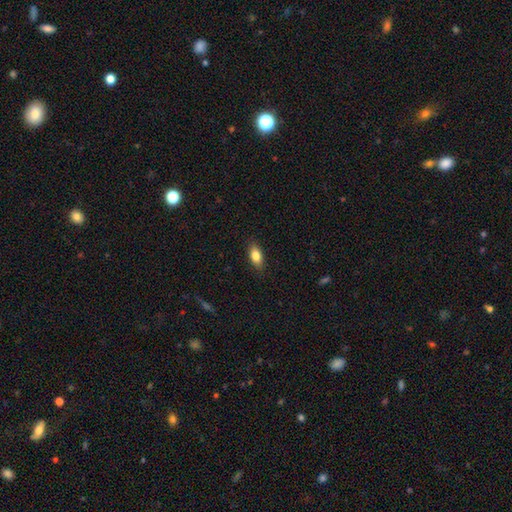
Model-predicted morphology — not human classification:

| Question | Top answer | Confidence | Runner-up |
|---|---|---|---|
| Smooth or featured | smooth | 83% | featured or disk (10%) |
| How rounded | in between | 87% | cigar-shaped (9%) |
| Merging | none | 87% | minor disturbance (10%) |